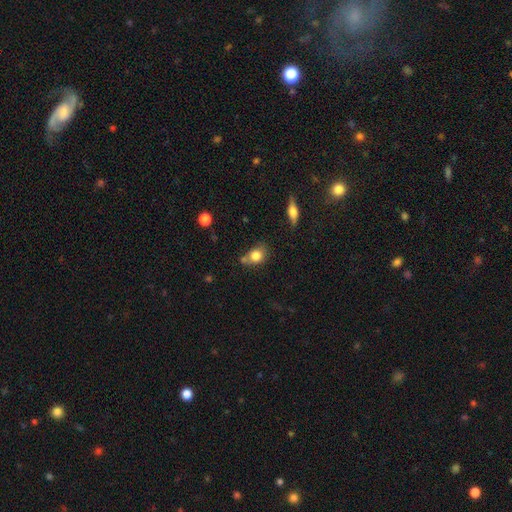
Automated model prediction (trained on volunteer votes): Smooth or featured: smooth — 79% (featured or disk — 10%)
How rounded: round — 56% (in between — 42%)
Merging: none — 52% (merger — 21%)